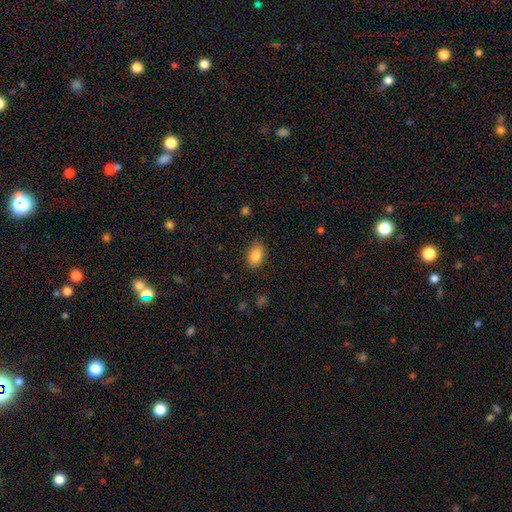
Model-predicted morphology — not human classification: Smooth or featured?
  - smooth: 86% *
  - star or artifact: 8%
  - featured or disk: 6%
How rounded?
  - in between: 87% *
  - round: 12%
  - cigar-shaped: 1%
Merging?
  - none: 84% *
  - minor disturbance: 12%
  - major disturbance: 3%
  - merger: 1%